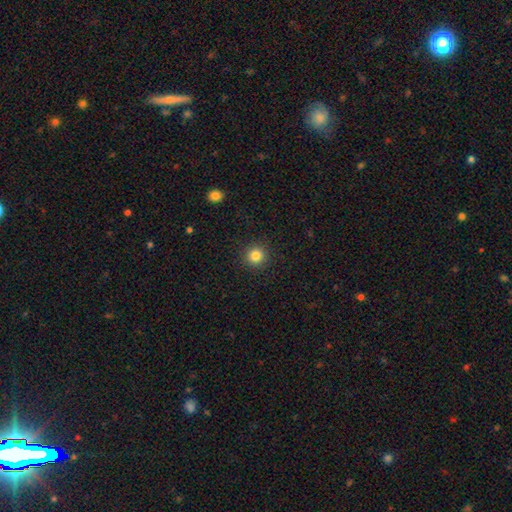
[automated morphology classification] Smooth or featured? smooth (83%)
How rounded? round (95%)
Merging? none (92%)